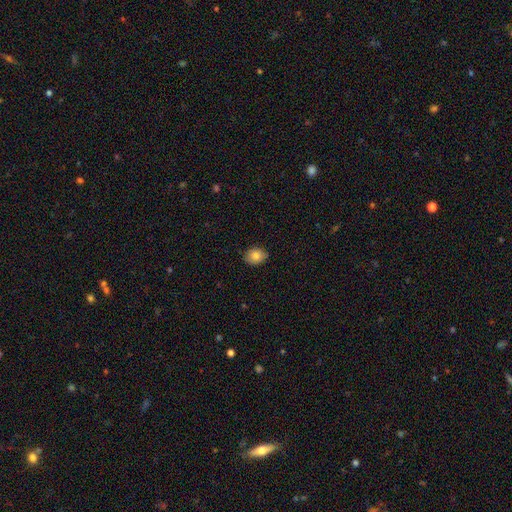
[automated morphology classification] smooth_or_featured: smooth (p=0.83) [alt: star or artifact p=0.09]
how_rounded: in between (p=0.52) [alt: round p=0.46]
merging: none (p=0.85) [alt: minor disturbance p=0.12]